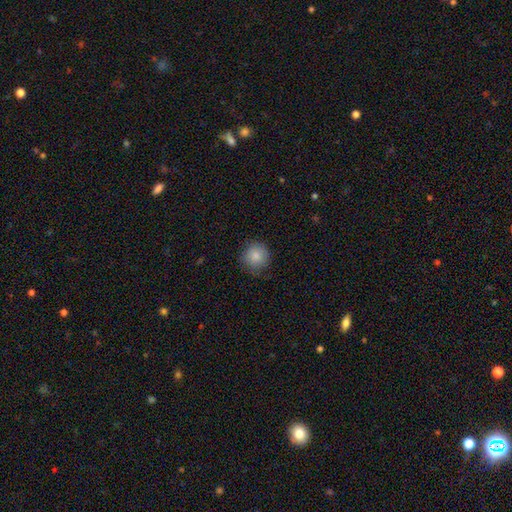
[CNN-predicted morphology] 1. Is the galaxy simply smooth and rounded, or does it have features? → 86% smooth, 9% star or artifact, 5% featured or disk.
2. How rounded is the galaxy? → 93% round, 6% in between, 1% cigar-shaped.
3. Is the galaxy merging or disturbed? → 82% none, 14% minor disturbance, 3% major disturbance, 1% merger.